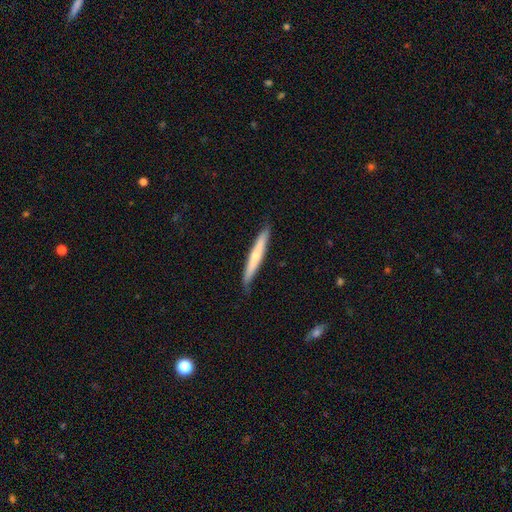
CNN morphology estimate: Smooth or featured? Predicted: smooth (p=0.52). How rounded? Predicted: cigar-shaped (p=0.96). Merging? Predicted: none (p=0.85).